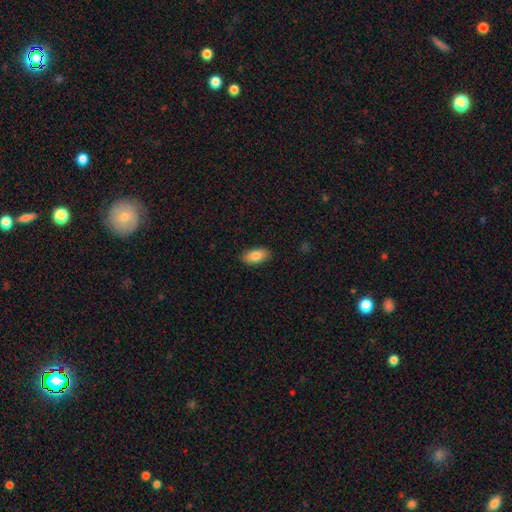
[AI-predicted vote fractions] smooth-or-featured: smooth: 84% | featured or disk: 9% | star or artifact: 7%
  how-rounded: in between: 92% | cigar-shaped: 5% | round: 3%
  merging: none: 89% | minor disturbance: 8% | major disturbance: 2% | merger: 1%